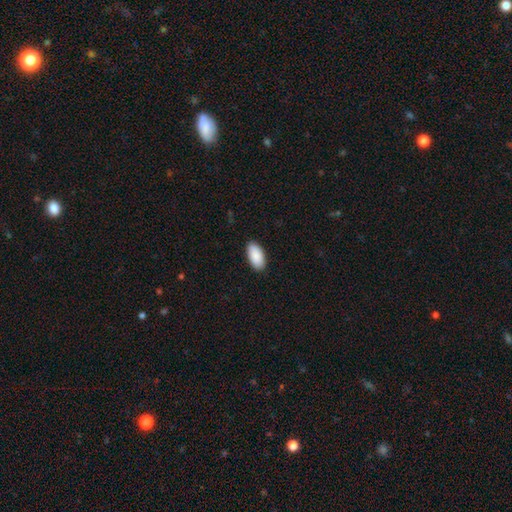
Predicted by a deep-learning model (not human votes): Q: Smooth or featured?
A: smooth (91%); runner-up: star or artifact (6%)
Q: How rounded?
A: in between (95%); runner-up: cigar-shaped (3%)
Q: Merging?
A: none (89%); runner-up: minor disturbance (9%)